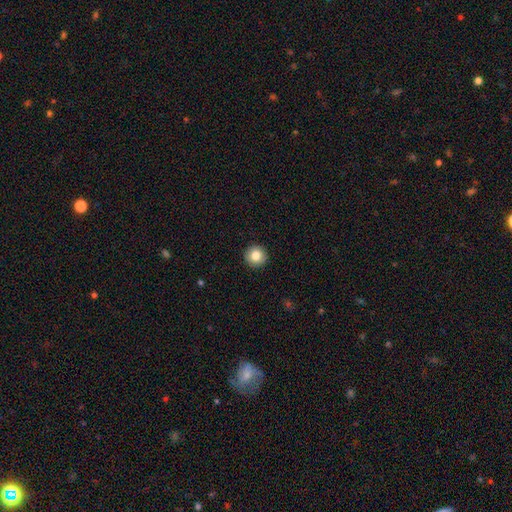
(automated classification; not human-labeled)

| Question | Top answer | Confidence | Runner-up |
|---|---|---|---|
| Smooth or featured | smooth | 83% | star or artifact (9%) |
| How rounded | round | 95% | in between (4%) |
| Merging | none | 93% | minor disturbance (4%) |